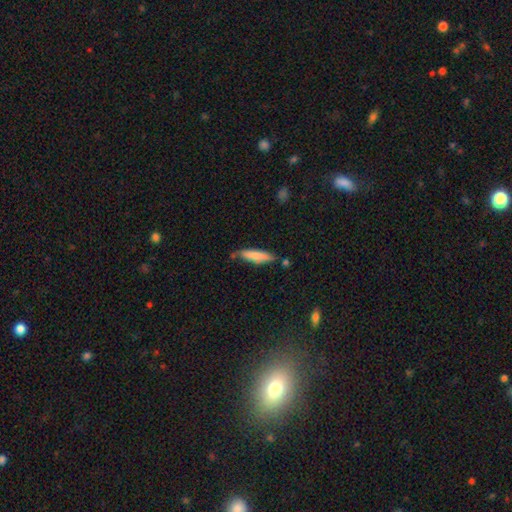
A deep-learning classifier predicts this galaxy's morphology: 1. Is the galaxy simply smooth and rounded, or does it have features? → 76% smooth, 18% featured or disk, 6% star or artifact.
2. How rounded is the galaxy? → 78% cigar-shaped, 20% in between, 1% round.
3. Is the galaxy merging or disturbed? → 69% none, 21% minor disturbance, 6% merger, 4% major disturbance.